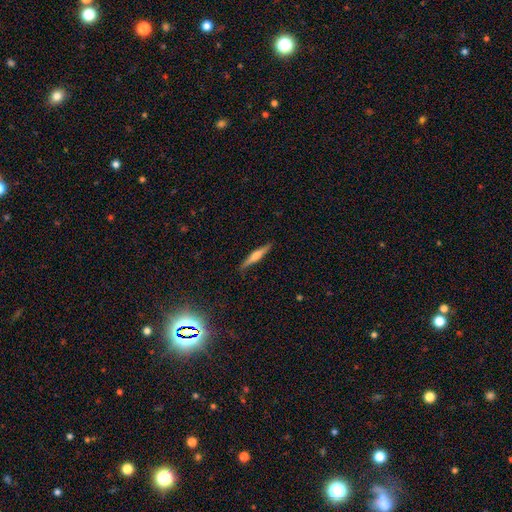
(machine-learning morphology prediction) The model was most divided on "smooth or featured": featured or disk: 54%, smooth: 39%, star or artifact: 6%. More confident: edge-on disk — yes (97%); merging — none (87%); edge-on bulge — rounded (77%).